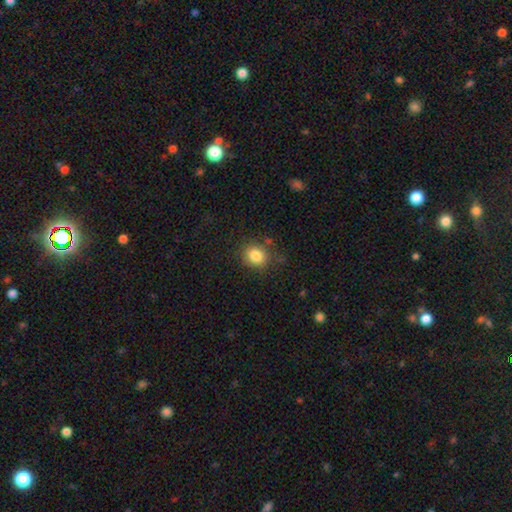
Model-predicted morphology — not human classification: smooth-or-featured: smooth: 84% | star or artifact: 10% | featured or disk: 6%
  how-rounded: round: 78% | in between: 21% | cigar-shaped: 1%
  merging: none: 82% | minor disturbance: 12% | major disturbance: 4% | merger: 2%